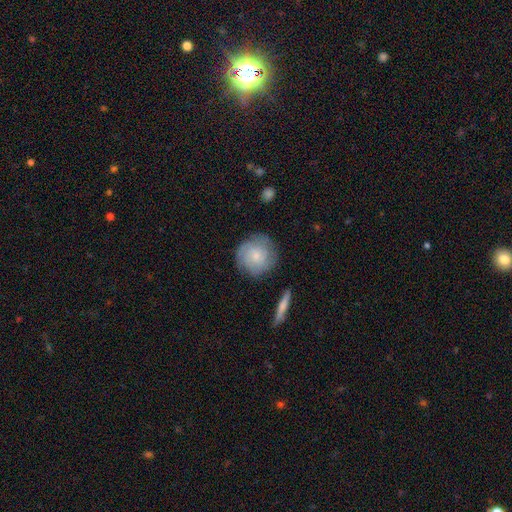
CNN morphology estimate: smooth-or-featured: featured or disk: 51% | smooth: 42% | star or artifact: 7%
  disk-edge-on: no: 97% | yes: 3%
  merging: none: 80% | minor disturbance: 13% | major disturbance: 4% | merger: 2%